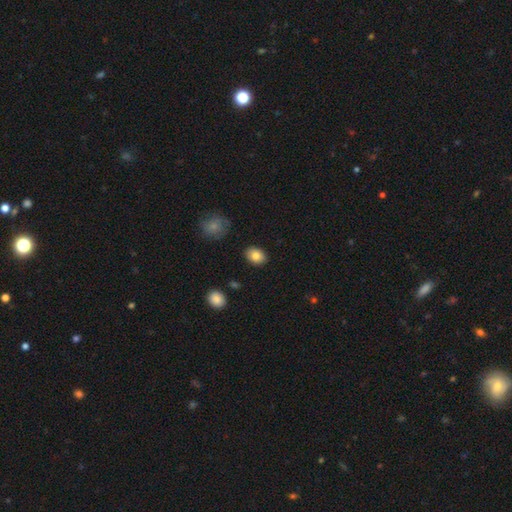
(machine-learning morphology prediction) Smooth or featured?
  - smooth: 83% *
  - featured or disk: 9%
  - star or artifact: 8%
How rounded?
  - in between: 75% *
  - round: 24%
  - cigar-shaped: 1%
Merging?
  - none: 88% *
  - minor disturbance: 8%
  - major disturbance: 2%
  - merger: 1%